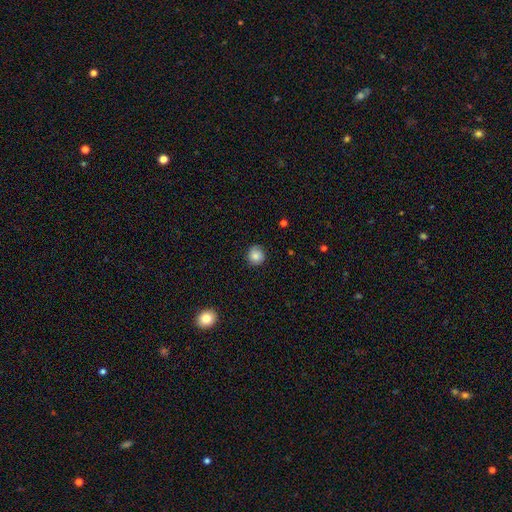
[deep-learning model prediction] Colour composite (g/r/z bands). It shows a smooth galaxy with no disk features (83%) that is round (90%). Merging: none (84%).